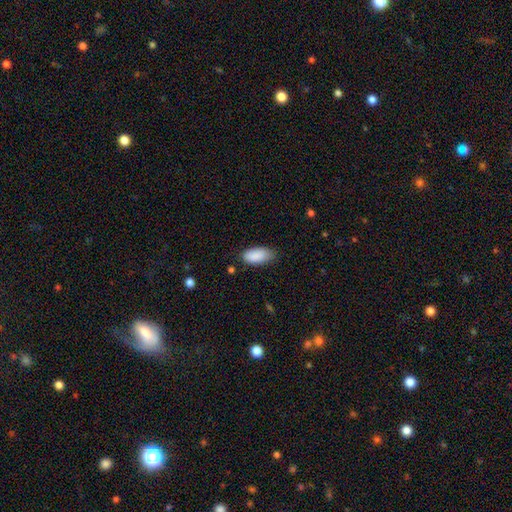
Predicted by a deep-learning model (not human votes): This is clearly a smooth galaxy (89%). How rounded: clearly in between (92%). Merging: likely none (73%).